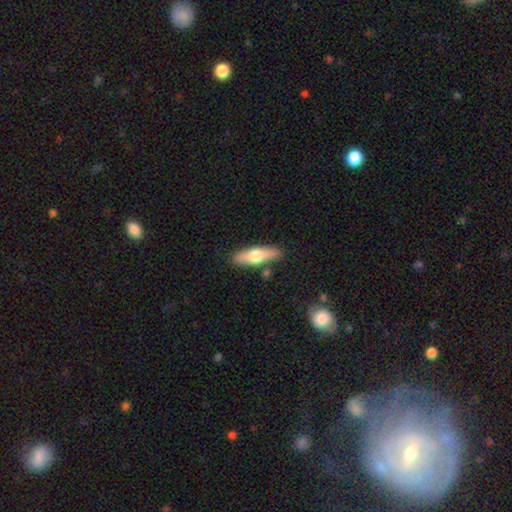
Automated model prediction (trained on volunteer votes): smooth-or-featured: smooth: 56% | featured or disk: 39% | star or artifact: 6%
  how-rounded: cigar-shaped: 54% | in between: 43% | round: 3%
  merging: none: 83% | minor disturbance: 11% | merger: 4% | major disturbance: 2%